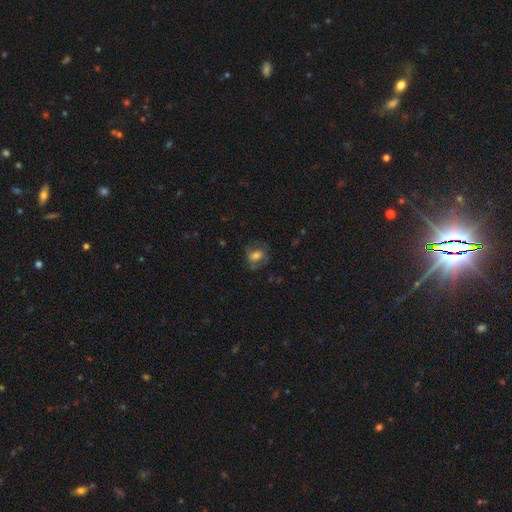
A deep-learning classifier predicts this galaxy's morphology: Smooth or featured? Predicted: smooth (p=0.64). How rounded? Predicted: in between (p=0.59). Merging? Predicted: none (p=0.60).